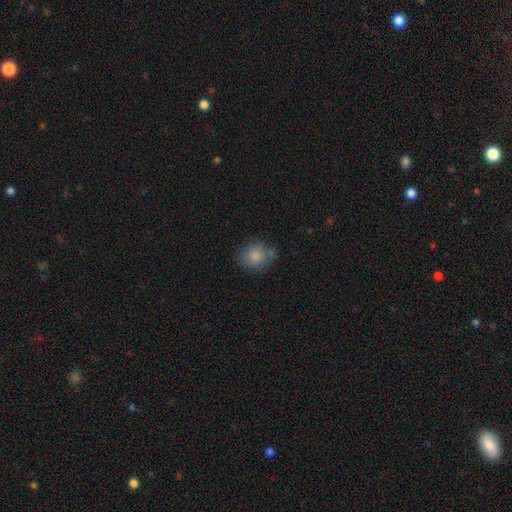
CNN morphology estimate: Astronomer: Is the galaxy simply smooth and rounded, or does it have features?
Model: smooth — 84%.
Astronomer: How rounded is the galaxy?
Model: round — 81%.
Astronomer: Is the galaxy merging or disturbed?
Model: none — 73%.